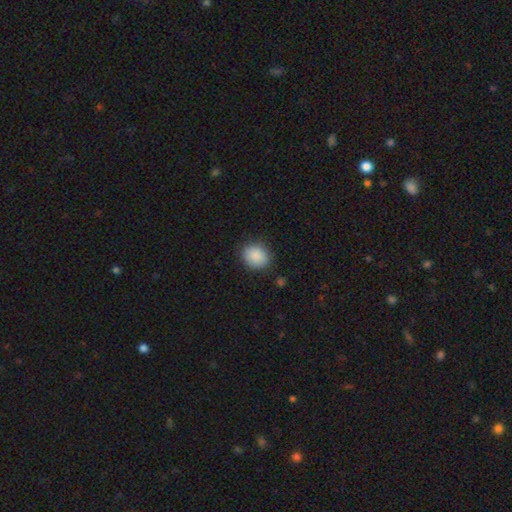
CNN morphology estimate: Smooth or featured: smooth — 89% (star or artifact — 8%)
How rounded: round — 66% (in between — 33%)
Merging: none — 84% (minor disturbance — 12%)